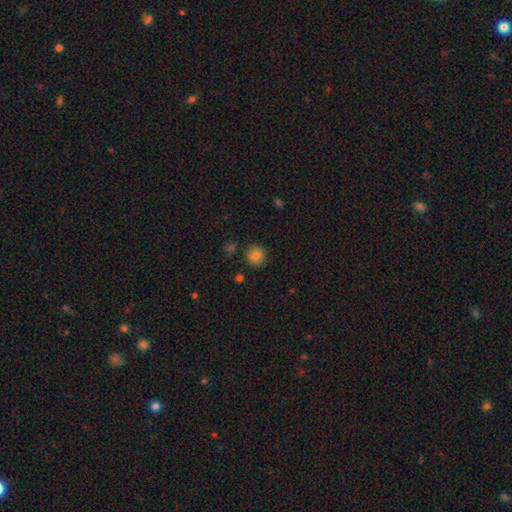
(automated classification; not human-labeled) A smooth galaxy with no disk features (82%) that is round (91%). Merging: none (88%).